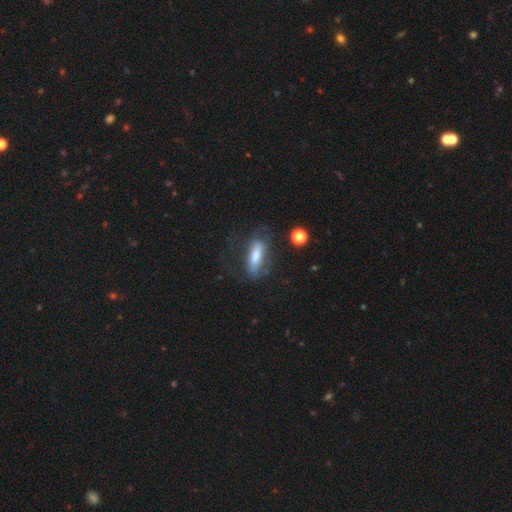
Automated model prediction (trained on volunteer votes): Smooth or featured? smooth (58%)
How rounded? in between (57%)
Merging? none (50%)